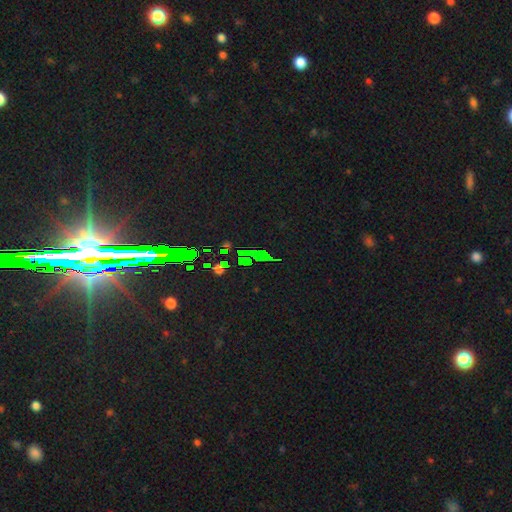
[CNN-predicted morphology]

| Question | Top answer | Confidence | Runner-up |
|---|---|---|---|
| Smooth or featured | star or artifact | 74% | smooth (14%) |